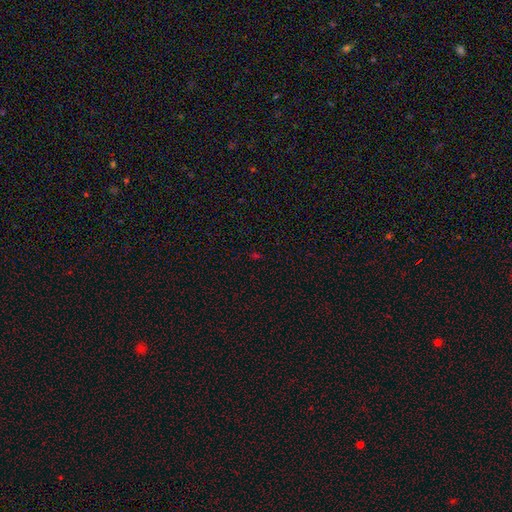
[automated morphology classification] smooth-or-featured: star or artifact: 61% | smooth: 32% | featured or disk: 7%